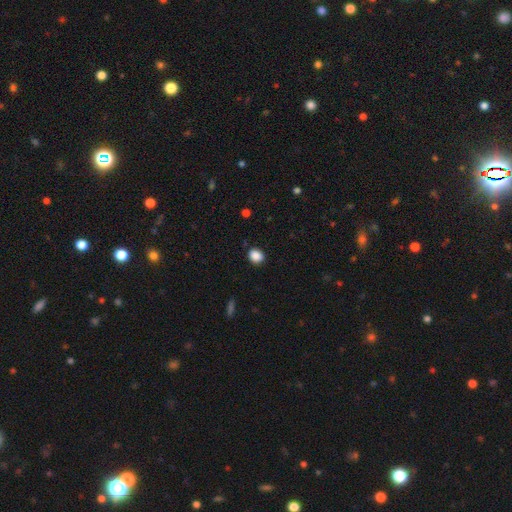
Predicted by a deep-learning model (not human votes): The model was most divided on "how rounded": round: 54%, in between: 45%, cigar-shaped: 1%. More confident: smooth or featured — smooth (88%); merging — none (87%).